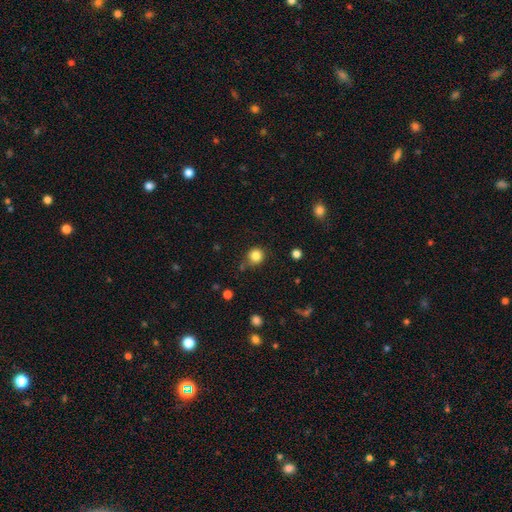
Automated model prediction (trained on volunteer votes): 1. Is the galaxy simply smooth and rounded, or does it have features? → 84% smooth, 12% star or artifact, 5% featured or disk.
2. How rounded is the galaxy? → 91% round, 8% in between, 1% cigar-shaped.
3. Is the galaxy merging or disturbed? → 79% none, 12% minor disturbance, 5% merger, 3% major disturbance.